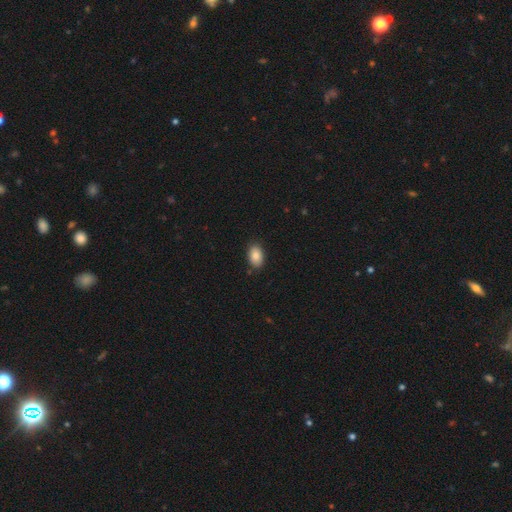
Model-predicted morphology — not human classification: The model was most divided on "merging": none: 86%, minor disturbance: 11%, major disturbance: 2%, merger: 1%. More confident: how rounded — in between (89%); smooth or featured — smooth (85%).